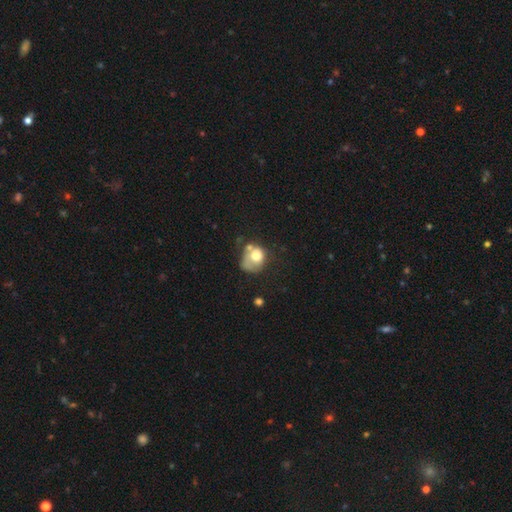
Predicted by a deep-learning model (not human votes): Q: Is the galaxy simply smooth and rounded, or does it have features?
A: smooth — 66%.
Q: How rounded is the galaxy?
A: round — 55%.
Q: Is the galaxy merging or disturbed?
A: major disturbance — 27%.